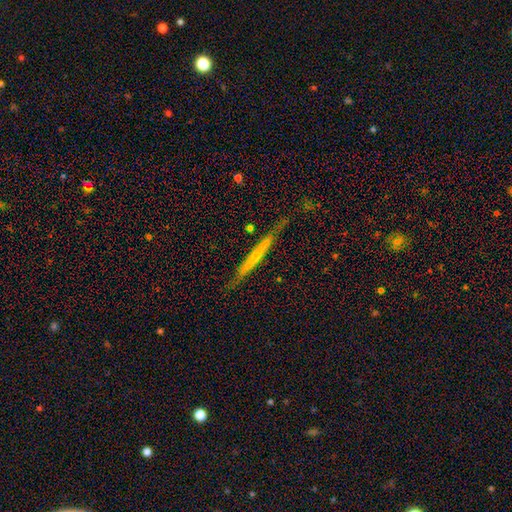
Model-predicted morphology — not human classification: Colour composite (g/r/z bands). It shows a featured or disk galaxy (61%) viewed edge-on (94%) with no central bulge (56%). Merging: none (76%).